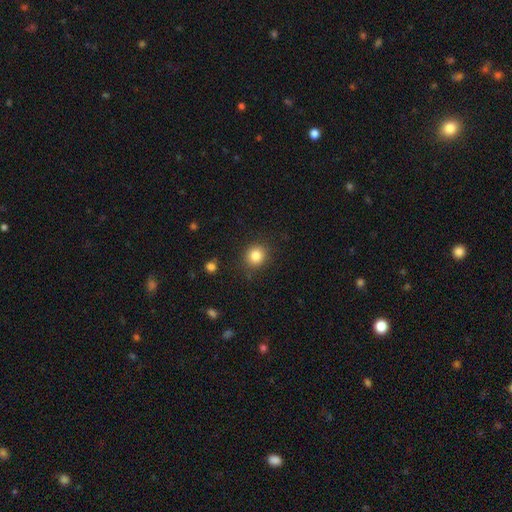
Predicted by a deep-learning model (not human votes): Morphology: type=smooth (83%); roundness=round (85%); merging=none (87%).